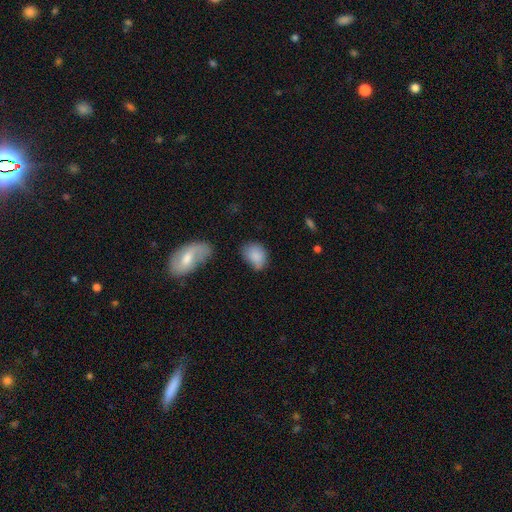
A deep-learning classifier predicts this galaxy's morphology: This appears to be a smooth galaxy with no disk features (83%) that is in between round and cigar-shaped (71%). Merging: none (54%).